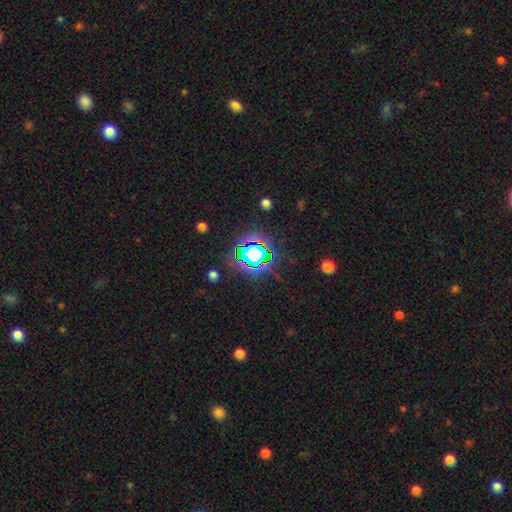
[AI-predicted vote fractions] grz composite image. It shows a star or artifact, not a galaxy (68%).